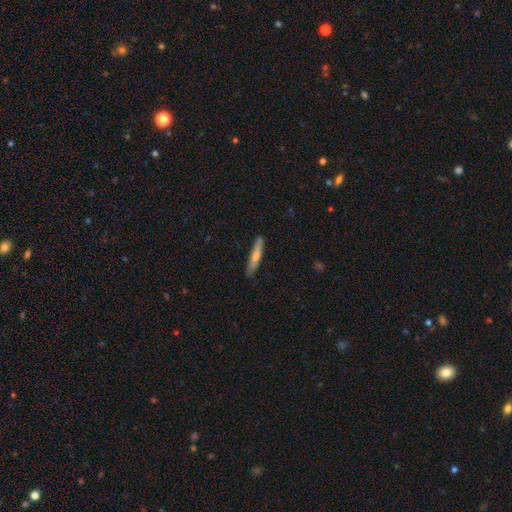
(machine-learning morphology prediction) This appears to be a smooth galaxy with no disk features (63%) that is cigar-shaped (92%). Merging: none (86%).